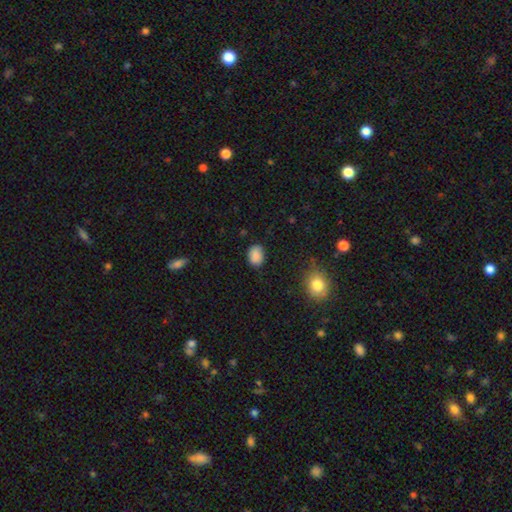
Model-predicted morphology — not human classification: The model was most divided on "how rounded": in between: 70%, round: 29%, cigar-shaped: 1%. More confident: smooth or featured — smooth (86%); merging — none (76%).